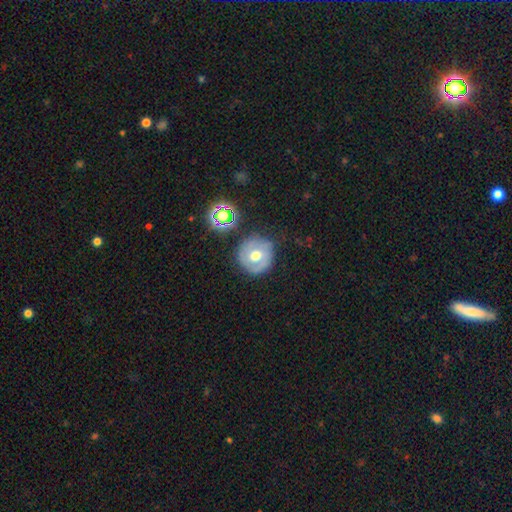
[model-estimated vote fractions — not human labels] smooth 46%, featured or disk 43%, star or artifact 11%. Down the decision tree: merging — none (73%).